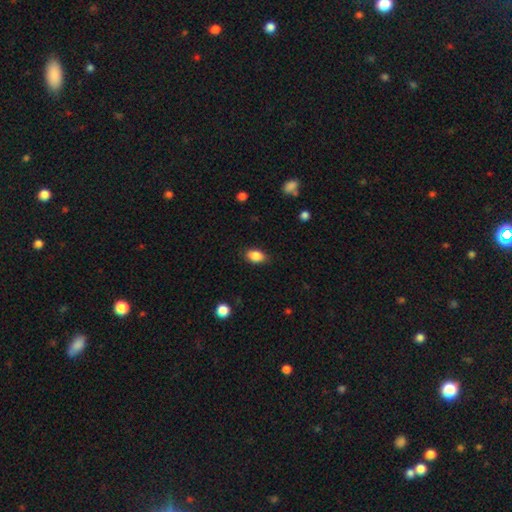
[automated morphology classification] This is clearly a smooth galaxy (87%). How rounded: clearly in between (87%). Merging: clearly none (83%).